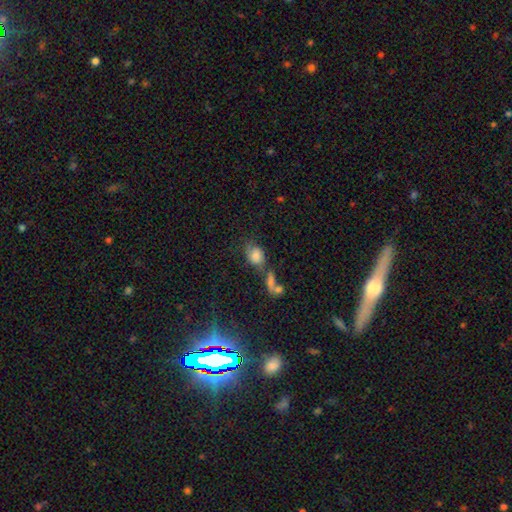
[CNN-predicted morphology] Smooth or featured?
  - smooth: 66% *
  - featured or disk: 21%
  - star or artifact: 12%
How rounded?
  - in between: 62% *
  - round: 35%
  - cigar-shaped: 2%
Merging?
  - none: 36% *
  - merger: 29%
  - minor disturbance: 19%
  - major disturbance: 15%